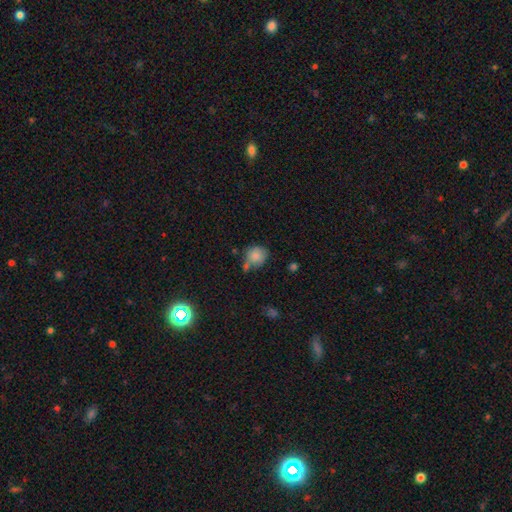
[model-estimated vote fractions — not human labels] Smooth or featured?
  - smooth: 82% *
  - star or artifact: 10%
  - featured or disk: 8%
How rounded?
  - round: 80% *
  - in between: 19%
  - cigar-shaped: 1%
Merging?
  - none: 55% *
  - minor disturbance: 21%
  - merger: 18%
  - major disturbance: 6%